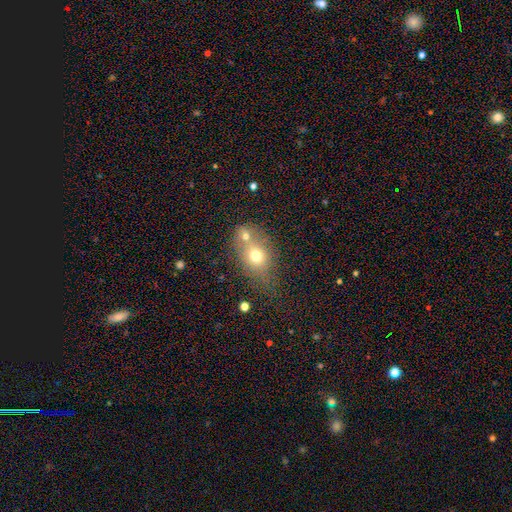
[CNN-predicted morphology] This appears to be a smooth galaxy with no disk features (67%) that is in between round and cigar-shaped (57%). Merging: merger (42%).